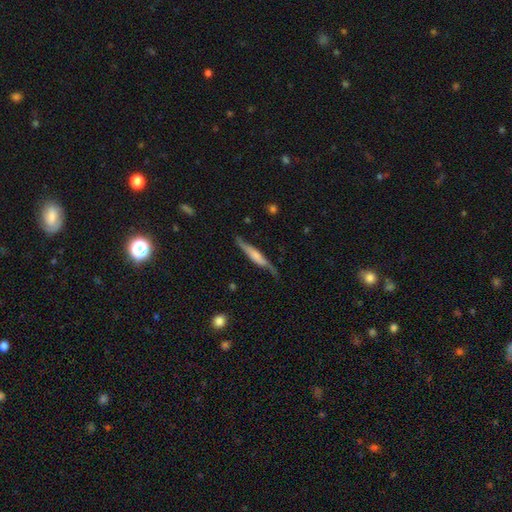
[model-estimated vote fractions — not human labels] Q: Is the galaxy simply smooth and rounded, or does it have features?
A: featured or disk — 50%.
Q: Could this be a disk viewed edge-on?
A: yes — 81%.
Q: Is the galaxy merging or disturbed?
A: none — 59%.